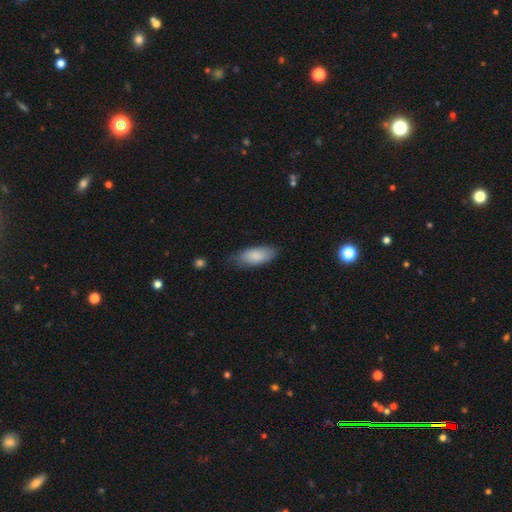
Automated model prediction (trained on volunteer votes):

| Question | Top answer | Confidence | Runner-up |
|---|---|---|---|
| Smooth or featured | smooth | 85% | featured or disk (9%) |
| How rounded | in between | 82% | cigar-shaped (17%) |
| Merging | none | 69% | minor disturbance (24%) |